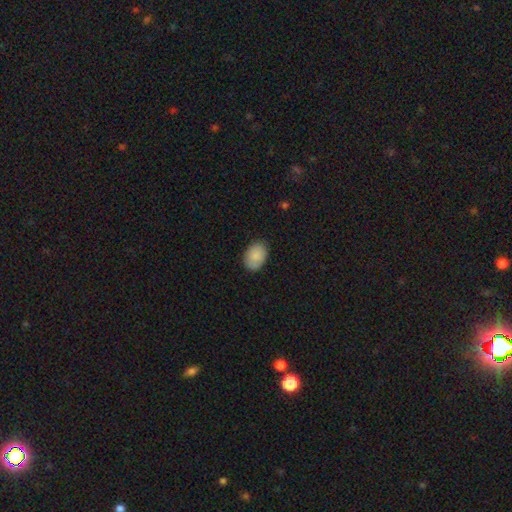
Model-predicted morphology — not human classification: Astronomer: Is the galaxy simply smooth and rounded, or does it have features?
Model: smooth — 88%.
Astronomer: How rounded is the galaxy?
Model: in between — 83%.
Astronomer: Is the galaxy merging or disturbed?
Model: none — 84%.